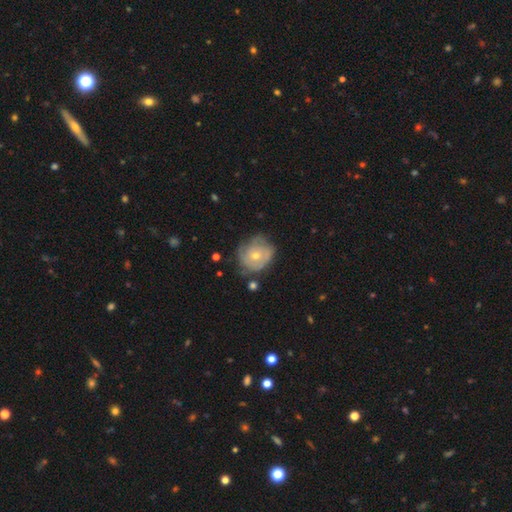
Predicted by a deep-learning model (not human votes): smooth_or_featured: featured or disk (p=0.60) [alt: smooth p=0.31]
disk_edge_on: no (p=0.97) [alt: yes p=0.03]
bar: no (p=0.84) [alt: weak p=0.13]
has_spiral_arms: yes (p=0.73) [alt: no p=0.27]
bulge_size: small (p=0.49) [alt: moderate p=0.48]
merging: none (p=0.66) [alt: minor disturbance p=0.24]